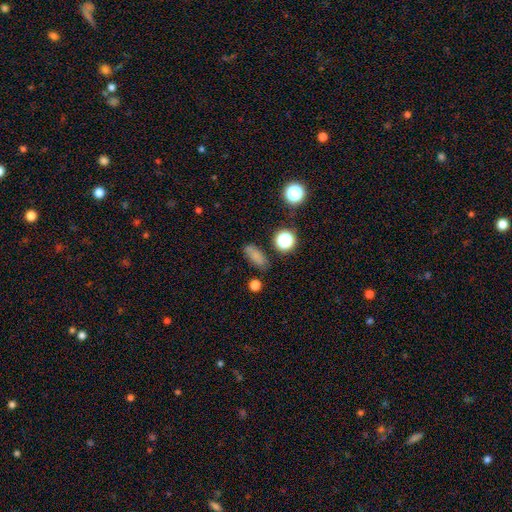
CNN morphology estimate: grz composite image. It shows a smooth galaxy with no disk features (76%) that is in between round and cigar-shaped (69%). Merging: none (77%).